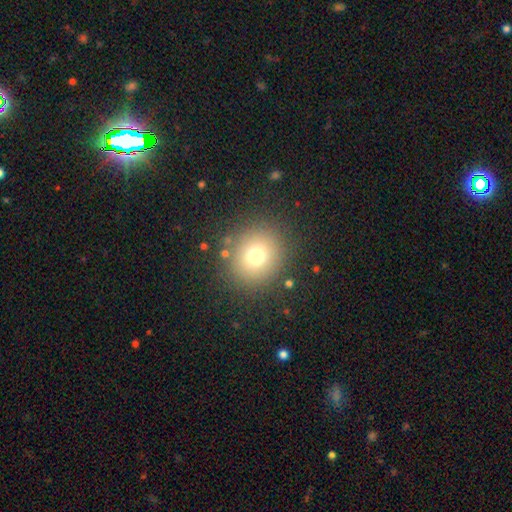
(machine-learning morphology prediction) Smooth or featured? Predicted: smooth (p=0.73). How rounded? Predicted: round (p=0.84). Merging? Predicted: none (p=0.86).